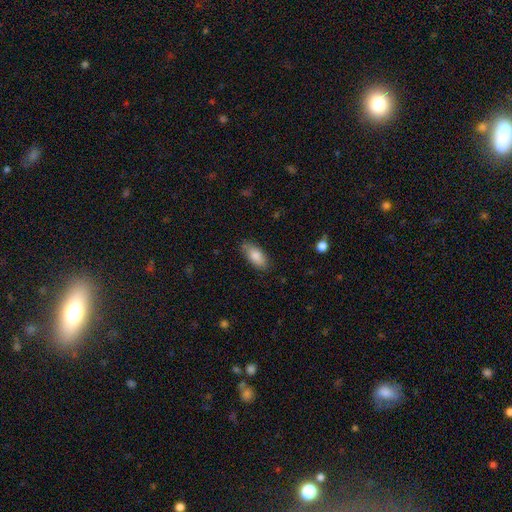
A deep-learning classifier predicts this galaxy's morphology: Q: Smooth or featured?
A: smooth (83%); runner-up: featured or disk (10%)
Q: How rounded?
A: in between (88%); runner-up: cigar-shaped (10%)
Q: Merging?
A: none (81%); runner-up: minor disturbance (15%)